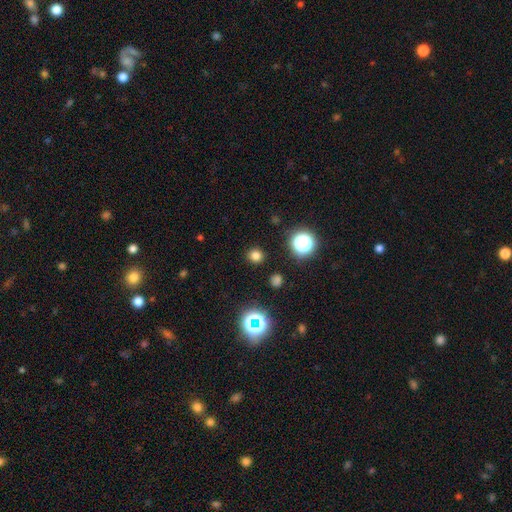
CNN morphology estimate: smooth-or-featured: smooth: 75% | star or artifact: 20% | featured or disk: 4%
  how-rounded: round: 88% | in between: 11% | cigar-shaped: 1%
  merging: none: 90% | minor disturbance: 6% | major disturbance: 2% | merger: 1%